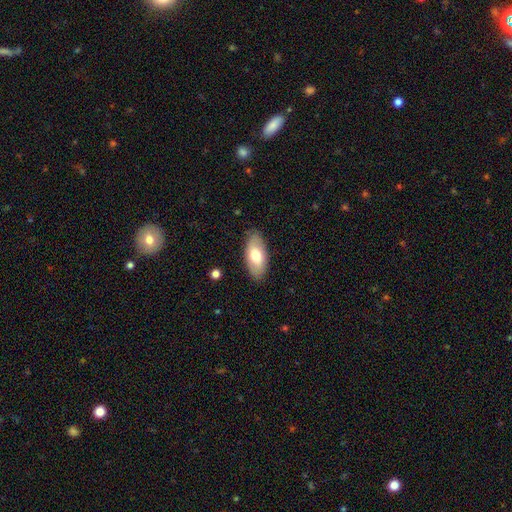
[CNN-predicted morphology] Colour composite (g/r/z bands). It shows a smooth galaxy with no disk features (71%) that is in between round and cigar-shaped (91%). Merging: none (85%).